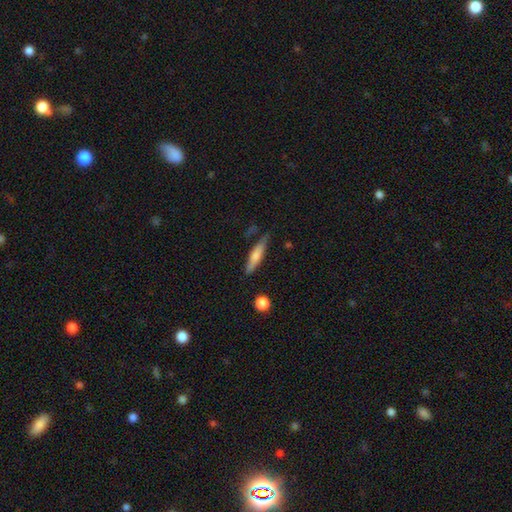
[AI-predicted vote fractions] The model was most divided on "smooth or featured": smooth: 60%, featured or disk: 33%, star or artifact: 7%. More confident: how rounded — cigar-shaped (83%); merging — none (76%).